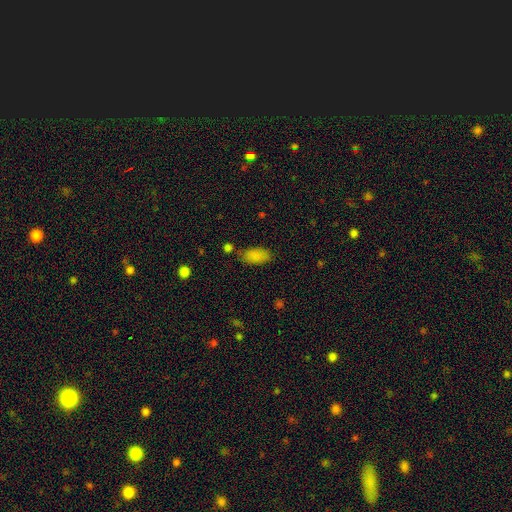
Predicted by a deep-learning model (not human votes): Smooth or featured? Predicted: smooth (p=0.86). How rounded? Predicted: in between (p=0.92). Merging? Predicted: none (p=0.74).